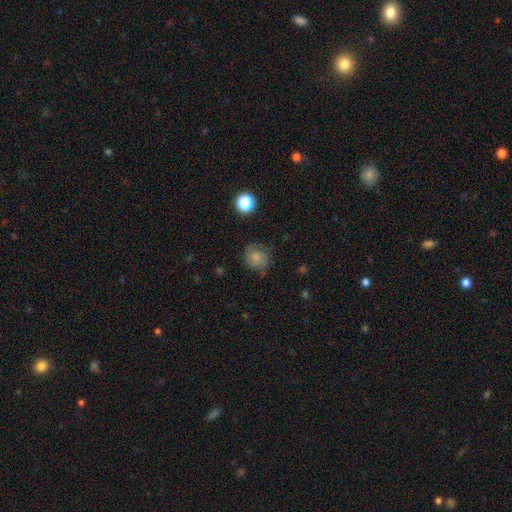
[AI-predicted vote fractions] smooth-or-featured: smooth: 61% | featured or disk: 20% | star or artifact: 19%
  how-rounded: round: 84% | in between: 15% | cigar-shaped: 1%
  merging: none: 78% | minor disturbance: 16% | major disturbance: 5% | merger: 2%